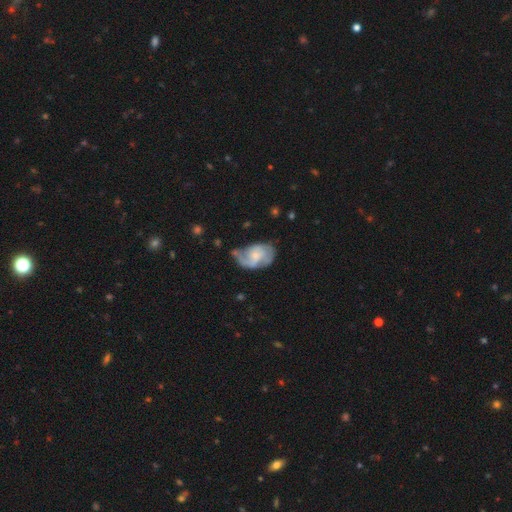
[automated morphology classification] Smooth or featured?
  - featured or disk: 69% *
  - smooth: 25%
  - star or artifact: 6%
Edge-on disk?
  - no: 97% *
  - yes: 3%
Bar?
  - no: 59% *
  - weak: 35%
  - strong: 6%
Spiral arms?
  - yes: 87% *
  - no: 13%
Spiral winding?
  - medium: 44% *
  - loose: 33%
  - tight: 23%
Spiral arm count?
  - 2: 56% *
  - can't tell: 18%
  - 1: 13%
  - 3: 9%
  - 4: 2%
  - more than 4: 2%
Bulge size?
  - small: 53% *
  - moderate: 28%
  - none: 14%
  - large: 4%
  - dominant: 1%
Merging?
  - none: 44% *
  - minor disturbance: 30%
  - major disturbance: 22%
  - merger: 4%